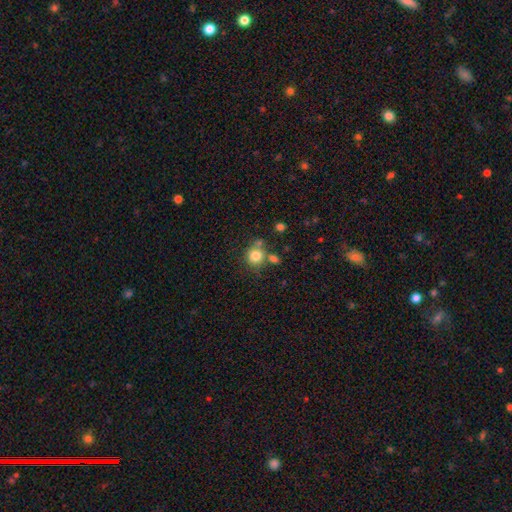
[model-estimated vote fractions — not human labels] A smooth galaxy with no disk features (81%) that is round (86%).

Vote fractions:
- Smooth or featured? smooth: 81% / star or artifact: 11% / featured or disk: 7%
- How rounded? round: 86% / in between: 13% / cigar-shaped: 1%
- Merging? none: 65% / merger: 18% / minor disturbance: 12% / major disturbance: 4%